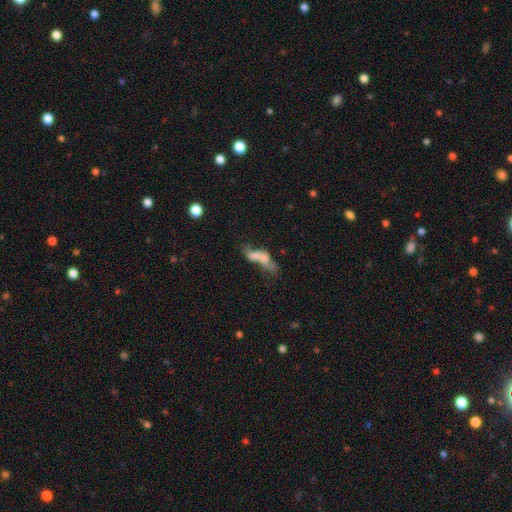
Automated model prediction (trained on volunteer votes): A smooth galaxy with no disk features (50%).

Vote fractions:
- Smooth or featured? smooth: 50% / featured or disk: 39% / star or artifact: 12%
- Merging? merger: 53% / major disturbance: 18% / none: 18% / minor disturbance: 11%